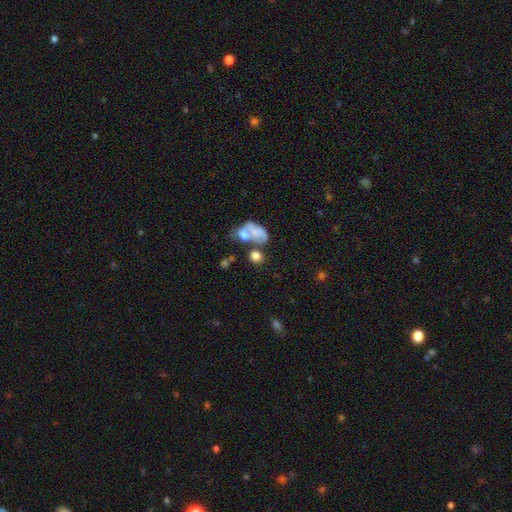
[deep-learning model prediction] smooth_or_featured: smooth (p=0.71) [alt: featured or disk p=0.18]
how_rounded: round (p=0.57) [alt: in between p=0.41]
merging: merger (p=0.42) [alt: none p=0.34]